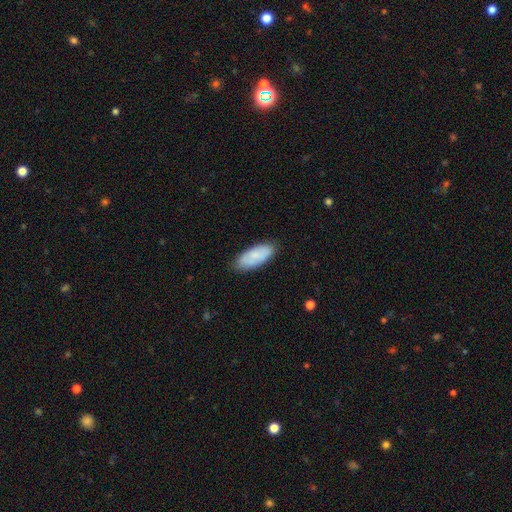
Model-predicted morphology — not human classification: Smooth or featured: smooth — 78% (featured or disk — 16%)
How rounded: in between — 84% (cigar-shaped — 15%)
Merging: none — 83% (minor disturbance — 13%)